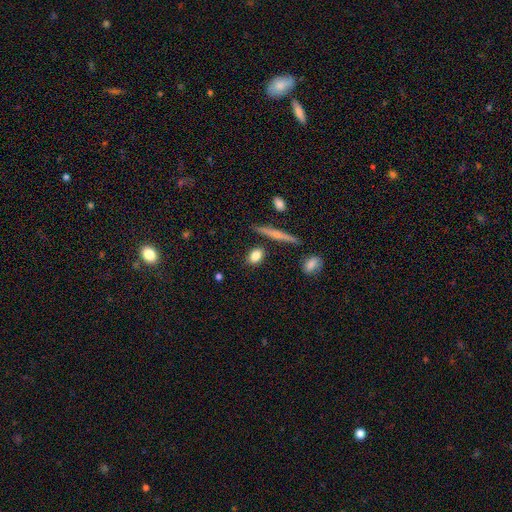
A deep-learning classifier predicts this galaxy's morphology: This is clearly a smooth galaxy (82%). How rounded: likely in between (64%). Merging: clearly none (81%).